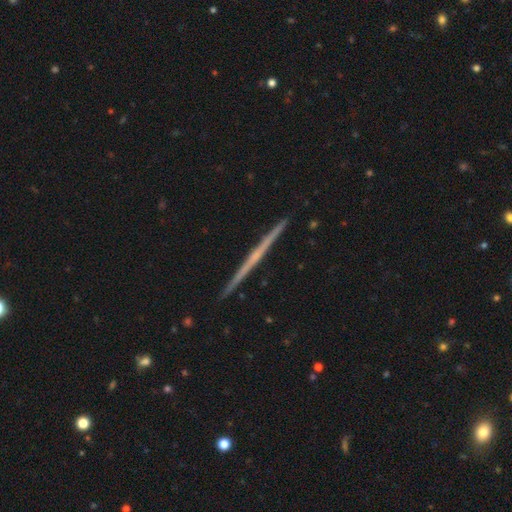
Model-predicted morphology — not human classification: Smooth or featured? featured or disk (73%)
Edge-on disk? yes (98%)
Edge-on bulge? none (75%)
Merging? none (93%)